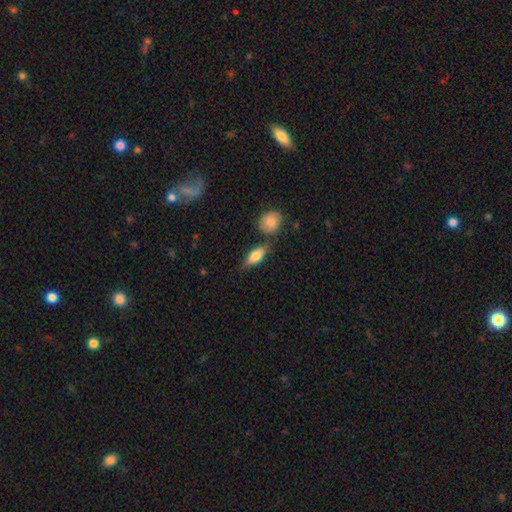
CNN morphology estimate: Q: Smooth or featured?
A: smooth (71%); runner-up: featured or disk (23%)
Q: How rounded?
A: in between (73%); runner-up: cigar-shaped (22%)
Q: Merging?
A: none (66%); runner-up: minor disturbance (16%)